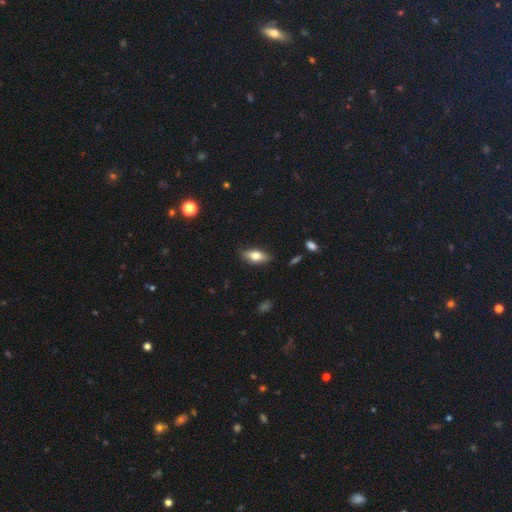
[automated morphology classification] Smooth or featured?
  - smooth: 67% *
  - featured or disk: 25%
  - star or artifact: 8%
How rounded?
  - in between: 77% *
  - cigar-shaped: 20%
  - round: 4%
Merging?
  - none: 85% *
  - minor disturbance: 12%
  - major disturbance: 2%
  - merger: 1%